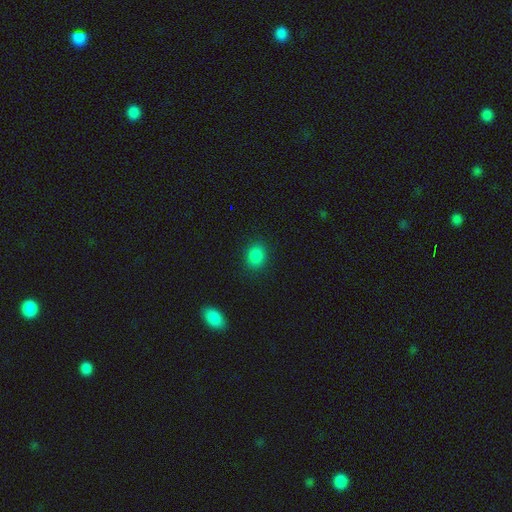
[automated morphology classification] A smooth galaxy with no disk features (86%) that is round (53%).

Vote fractions:
- Smooth or featured? smooth: 86% / star or artifact: 11% / featured or disk: 3%
- How rounded? round: 53% / in between: 46% / cigar-shaped: 1%
- Merging? none: 87% / minor disturbance: 9% / major disturbance: 3% / merger: 1%